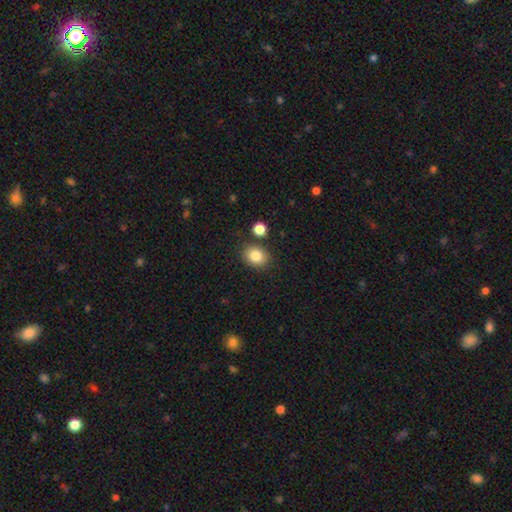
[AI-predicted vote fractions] This appears to be a smooth galaxy with no disk features (84%) that is round (58%). Merging: none (82%).